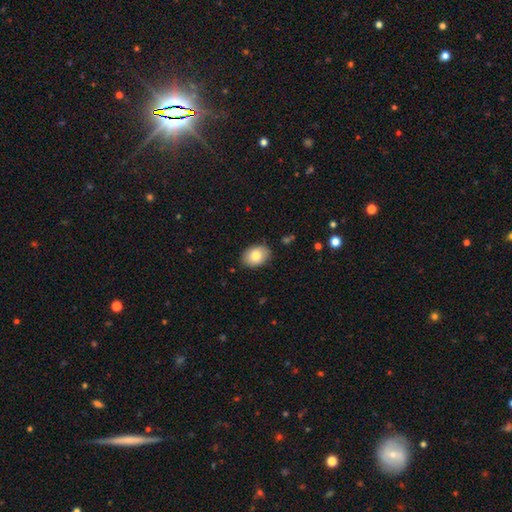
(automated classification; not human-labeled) Overall: smooth (82%). How rounded: in between (82%). Merging: none (86%).